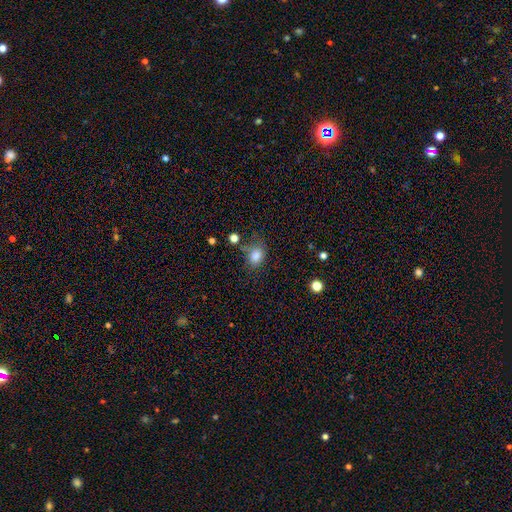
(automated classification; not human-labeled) This is clearly a smooth galaxy (83%). How rounded: likely in between (63%). Merging: possibly none (59%).